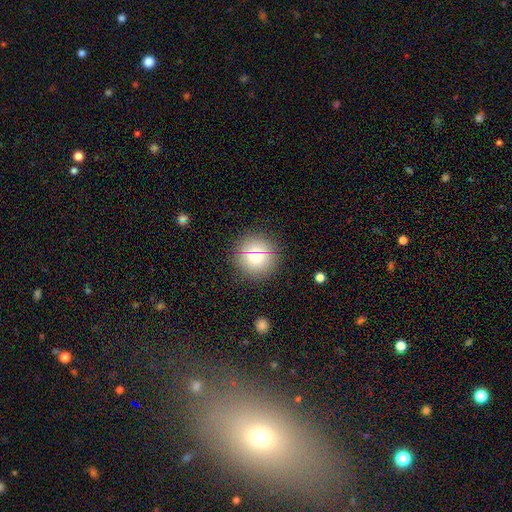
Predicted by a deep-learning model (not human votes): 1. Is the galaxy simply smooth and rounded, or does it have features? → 73% smooth, 14% star or artifact, 13% featured or disk.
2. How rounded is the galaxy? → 95% round, 4% in between, 1% cigar-shaped.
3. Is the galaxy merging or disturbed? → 89% none, 7% minor disturbance, 3% major disturbance, 2% merger.